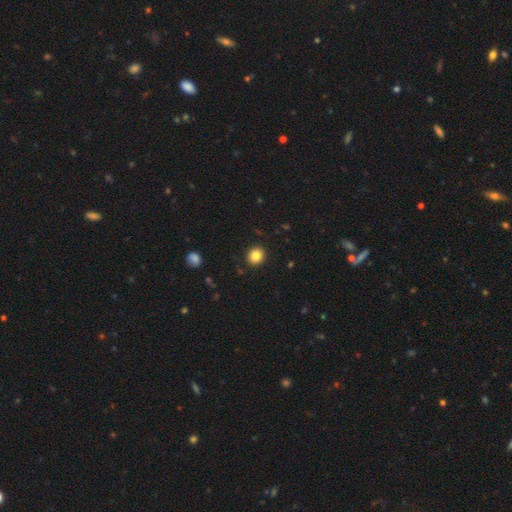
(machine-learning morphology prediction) smooth-or-featured: smooth: 84% | star or artifact: 11% | featured or disk: 6%
  how-rounded: round: 81% | in between: 18% | cigar-shaped: 1%
  merging: none: 90% | minor disturbance: 7% | major disturbance: 2% | merger: 1%